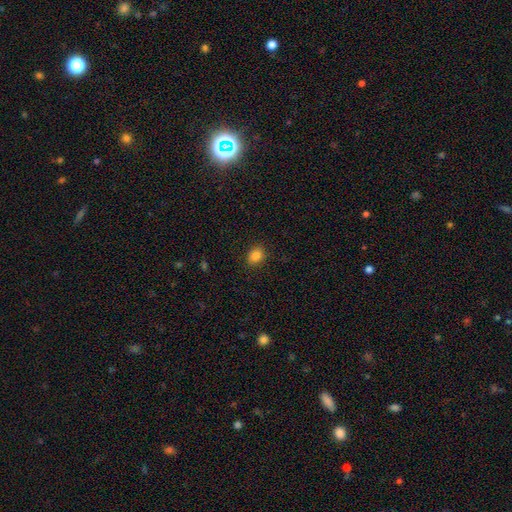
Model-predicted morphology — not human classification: Smooth or featured? smooth (85%)
How rounded? in between (61%)
Merging? none (88%)